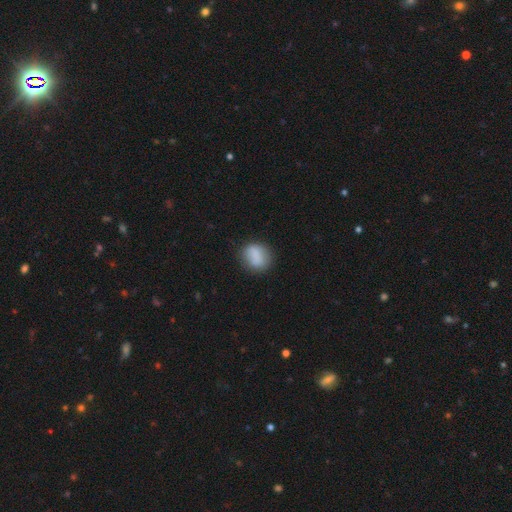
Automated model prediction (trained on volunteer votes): A smooth galaxy with no disk features (80%) that is round (58%).

Vote fractions:
- Smooth or featured? smooth: 80% / featured or disk: 12% / star or artifact: 8%
- How rounded? round: 58% / in between: 40% / cigar-shaped: 2%
- Merging? none: 74% / minor disturbance: 18% / major disturbance: 5% / merger: 3%